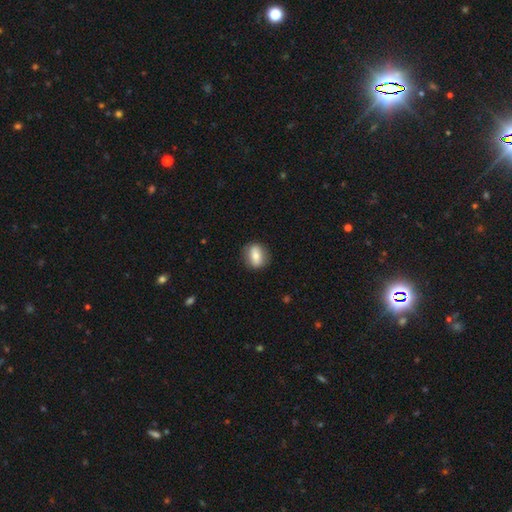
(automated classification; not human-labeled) Smooth or featured? smooth (70%)
How rounded? in between (55%)
Merging? none (85%)